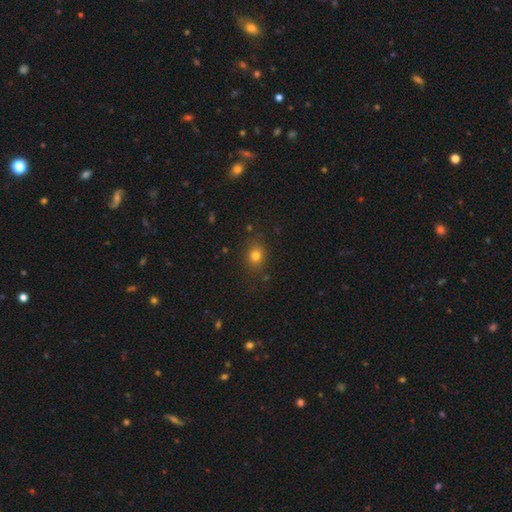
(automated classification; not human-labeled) Smooth or featured: smooth — 77% (star or artifact — 15%)
How rounded: round — 60% (in between — 39%)
Merging: none — 83% (minor disturbance — 11%)